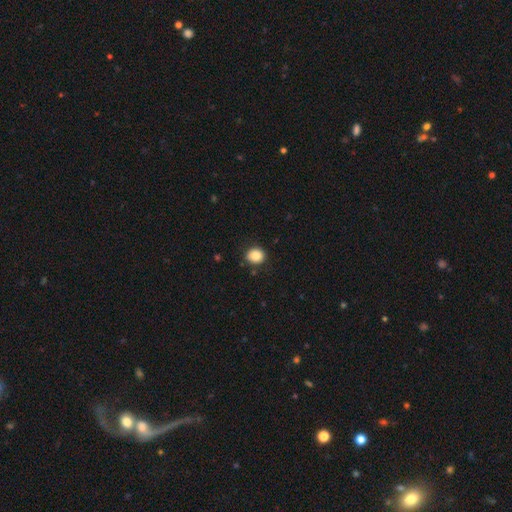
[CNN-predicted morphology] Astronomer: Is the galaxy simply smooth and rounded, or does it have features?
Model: smooth — 84%.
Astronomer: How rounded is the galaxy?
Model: round — 75%.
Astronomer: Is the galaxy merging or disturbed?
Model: none — 87%.